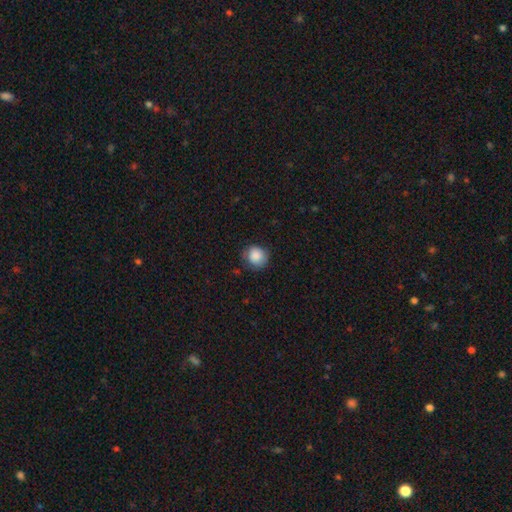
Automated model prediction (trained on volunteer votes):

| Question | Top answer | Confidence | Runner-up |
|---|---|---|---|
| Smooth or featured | smooth | 86% | star or artifact (8%) |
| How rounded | round | 86% | in between (13%) |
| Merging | none | 75% | minor disturbance (20%) |